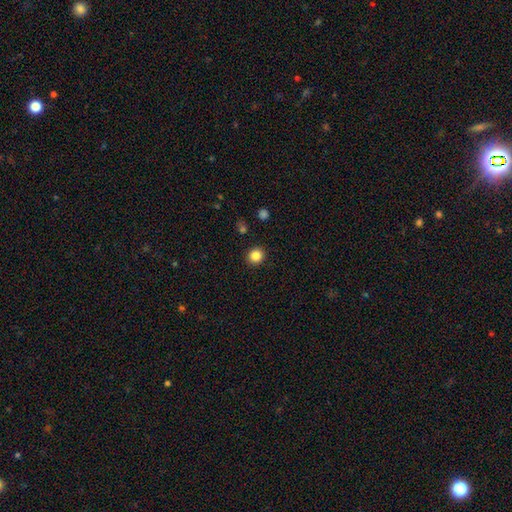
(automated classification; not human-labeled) This is clearly a smooth galaxy (85%). How rounded: clearly round (88%). Merging: clearly none (92%).